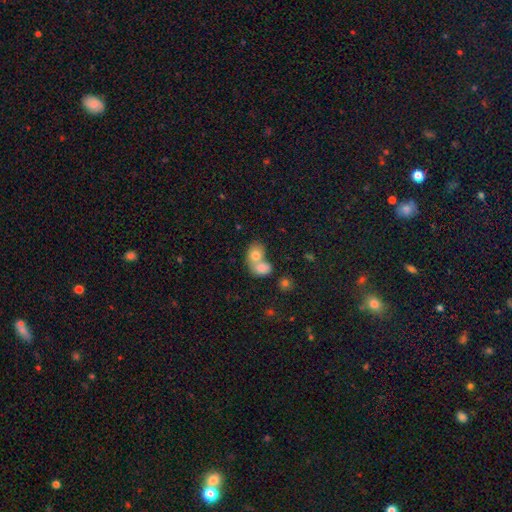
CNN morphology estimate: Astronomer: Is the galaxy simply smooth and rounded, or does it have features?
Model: smooth — 67%.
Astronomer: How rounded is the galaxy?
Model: round — 55% (runner-up: in between, 43%).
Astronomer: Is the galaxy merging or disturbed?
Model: merger — 65%.